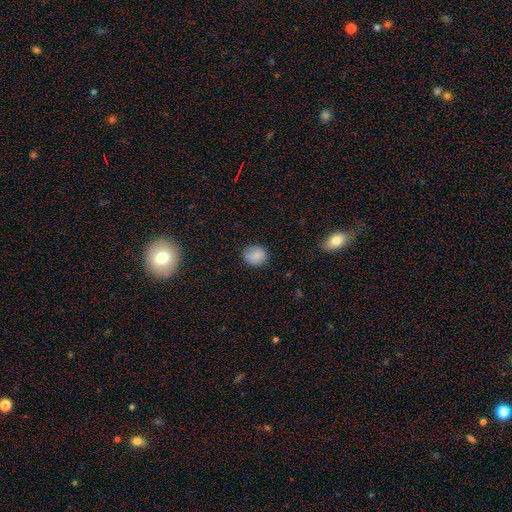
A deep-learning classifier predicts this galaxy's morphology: Smooth or featured? Predicted: smooth (p=0.86). How rounded? Predicted: round (p=0.69). Merging? Predicted: none (p=0.83).